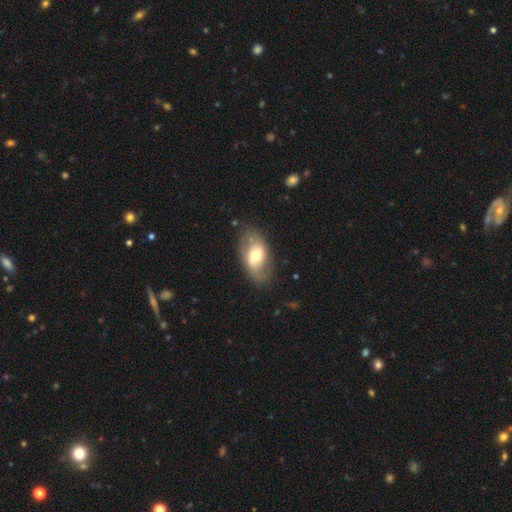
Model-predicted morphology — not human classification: Overall: smooth (50%; featured or disk 44%). Merging: none (70%).